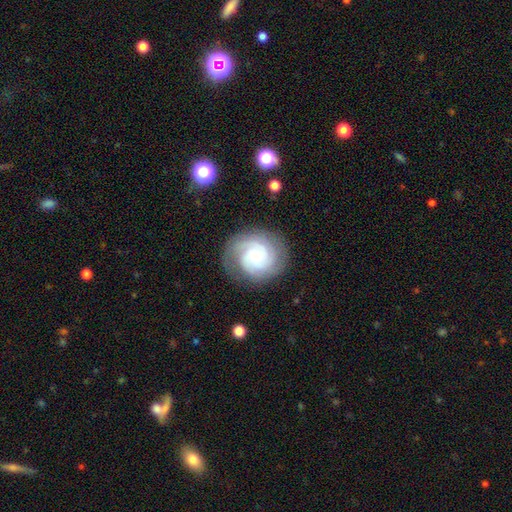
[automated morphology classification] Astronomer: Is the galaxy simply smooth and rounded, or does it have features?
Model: featured or disk — 77%.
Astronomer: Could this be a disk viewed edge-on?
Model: no — 98%.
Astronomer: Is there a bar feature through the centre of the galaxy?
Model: no — 72%.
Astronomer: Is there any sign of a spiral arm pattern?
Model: yes — 96%.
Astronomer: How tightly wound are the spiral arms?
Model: tight — 65%.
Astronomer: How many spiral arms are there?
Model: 3 — 33% (runner-up: 2, 27%).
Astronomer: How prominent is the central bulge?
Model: small — 66%.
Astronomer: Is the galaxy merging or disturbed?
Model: none — 80%.